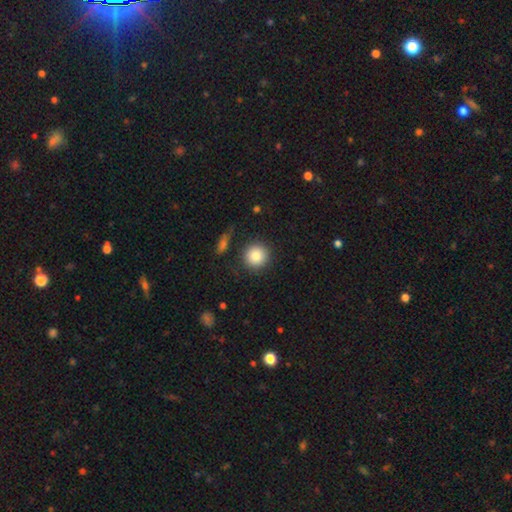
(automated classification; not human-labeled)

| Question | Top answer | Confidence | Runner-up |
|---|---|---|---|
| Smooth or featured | smooth | 85% | star or artifact (8%) |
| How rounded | round | 93% | in between (6%) |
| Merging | none | 87% | minor disturbance (8%) |